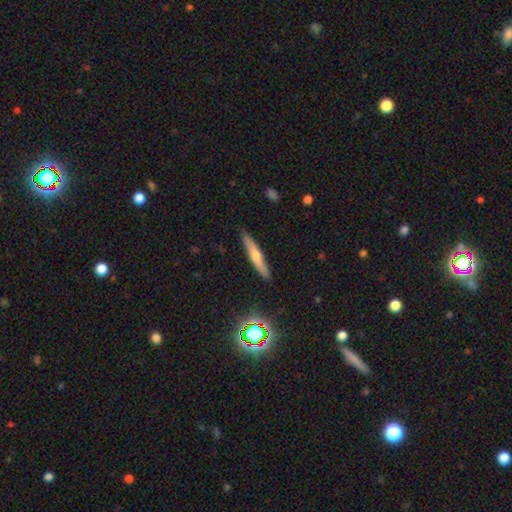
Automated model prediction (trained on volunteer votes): Morphology: type=featured or disk (45%); merging=none (88%).